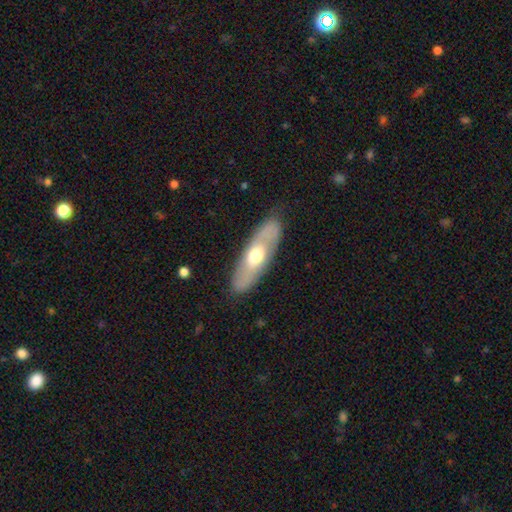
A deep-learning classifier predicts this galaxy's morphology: smooth-or-featured: smooth: 48% | featured or disk: 47% | star or artifact: 5%
  merging: none: 83% | minor disturbance: 12% | major disturbance: 3% | merger: 1%